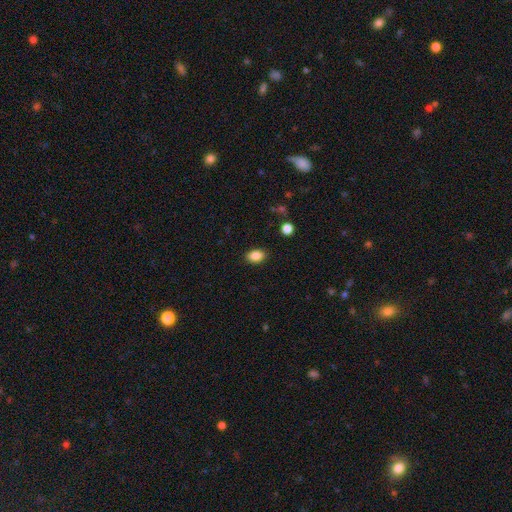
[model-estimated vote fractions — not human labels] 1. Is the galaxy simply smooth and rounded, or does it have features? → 86% smooth, 9% star or artifact, 5% featured or disk.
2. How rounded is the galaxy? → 82% in between, 16% round, 1% cigar-shaped.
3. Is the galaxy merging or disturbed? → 88% none, 9% minor disturbance, 2% major disturbance, 1% merger.